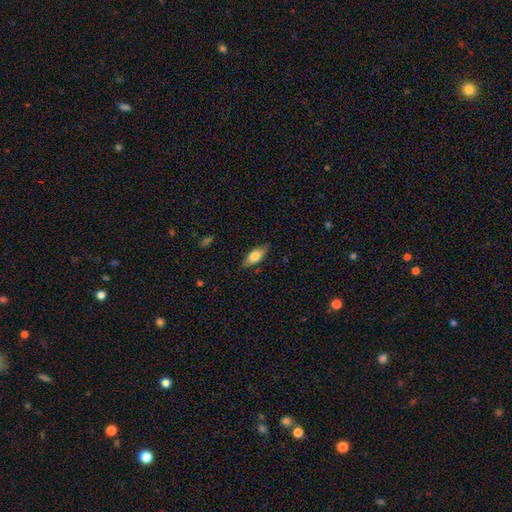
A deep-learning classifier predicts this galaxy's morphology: This is likely a smooth galaxy (69%). How rounded: likely in between (78%). Merging: clearly none (82%).